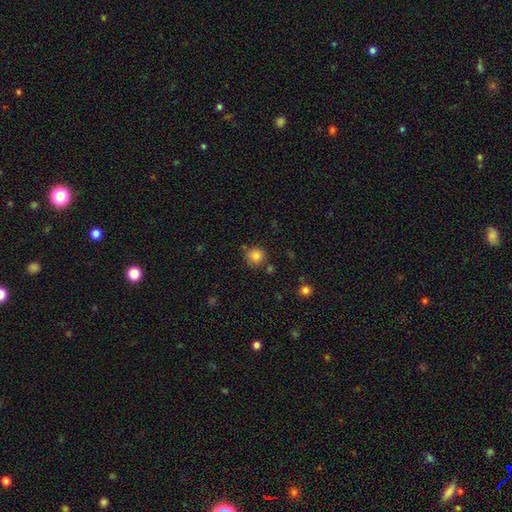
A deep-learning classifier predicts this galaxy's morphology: Smooth or featured: smooth — 84% (star or artifact — 11%)
How rounded: round — 92% (in between — 7%)
Merging: none — 77% (minor disturbance — 12%)